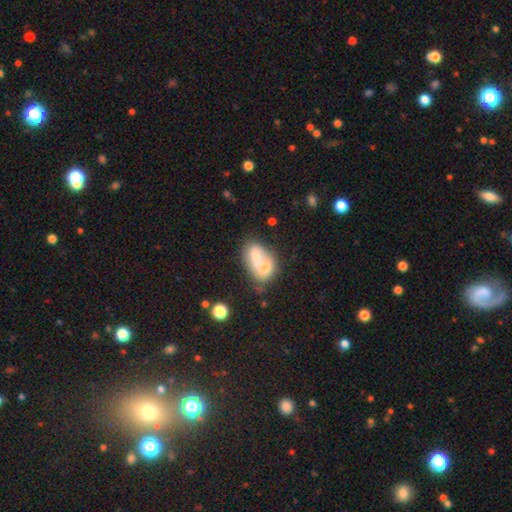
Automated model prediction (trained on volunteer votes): Smooth or featured?
  - smooth: 62% *
  - featured or disk: 30%
  - star or artifact: 8%
How rounded?
  - in between: 83% *
  - round: 15%
  - cigar-shaped: 2%
Merging?
  - merger: 65% *
  - none: 20%
  - minor disturbance: 10%
  - major disturbance: 6%